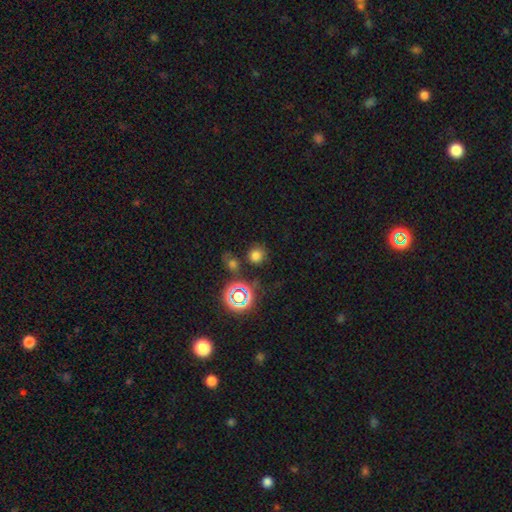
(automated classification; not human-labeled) A smooth galaxy with no disk features (72%) that is round (89%). Merging: none (79%).